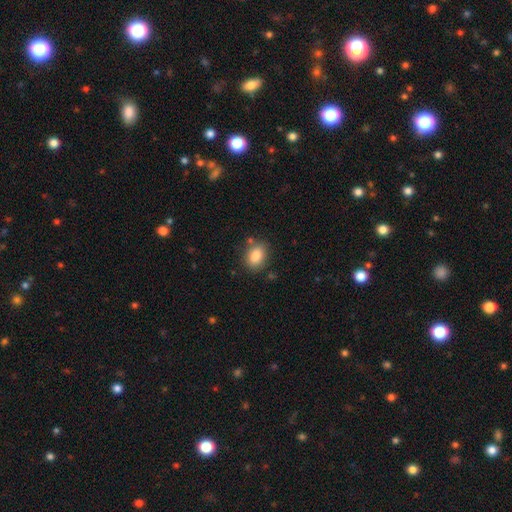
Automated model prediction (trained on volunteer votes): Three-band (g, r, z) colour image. It shows a smooth galaxy with no disk features (85%) that is in between round and cigar-shaped (74%). Merging: none (82%).